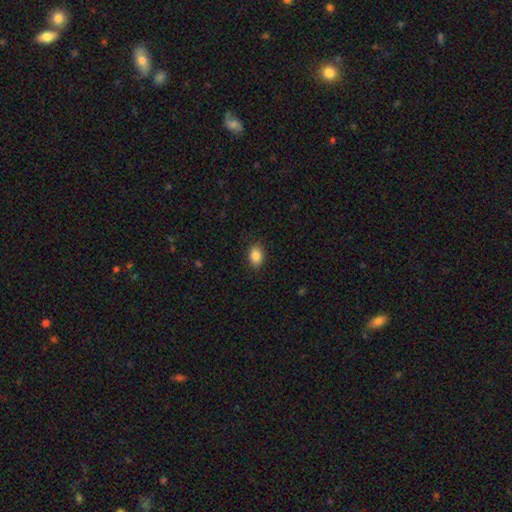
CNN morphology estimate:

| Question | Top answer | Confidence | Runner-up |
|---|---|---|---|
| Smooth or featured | smooth | 87% | star or artifact (8%) |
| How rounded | in between | 81% | round (18%) |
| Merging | none | 86% | minor disturbance (10%) |